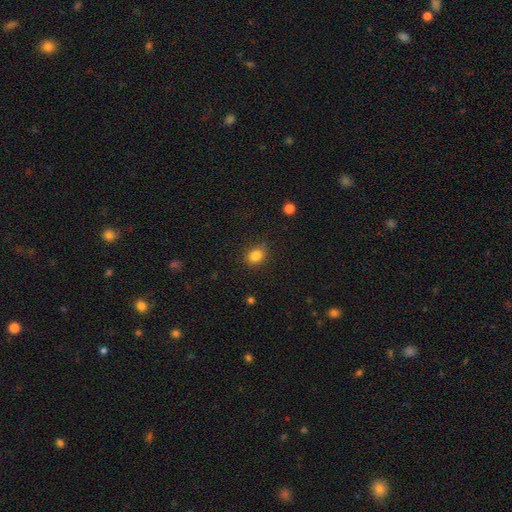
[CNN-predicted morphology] A smooth galaxy with no disk features (83%) that is round (53%). Merging: none (81%).